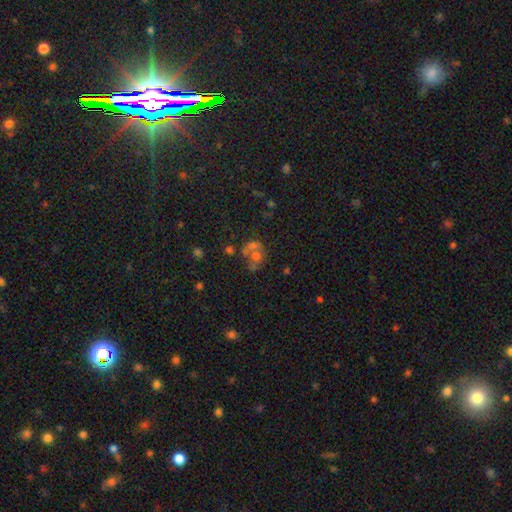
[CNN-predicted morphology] Smooth or featured? smooth (45%)
Merging? merger (50%)